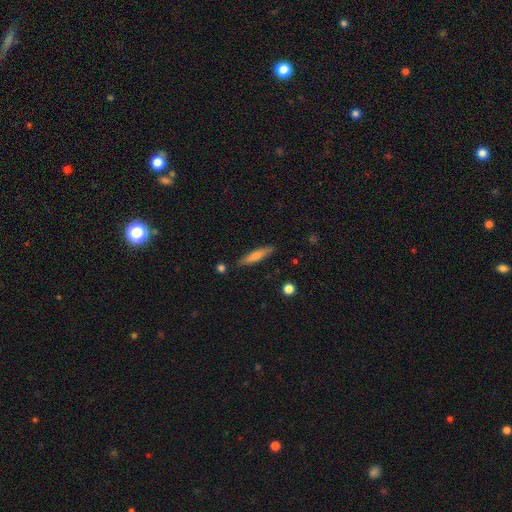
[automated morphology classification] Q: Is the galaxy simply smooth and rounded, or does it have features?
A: smooth — 57%.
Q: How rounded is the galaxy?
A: cigar-shaped — 82%.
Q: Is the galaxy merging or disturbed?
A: none — 87%.